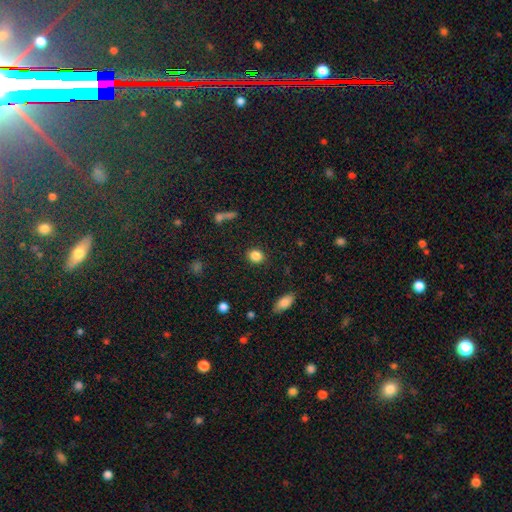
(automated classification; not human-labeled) This appears to be a smooth galaxy with no disk features (86%) that is round (69%). Merging: none (88%).